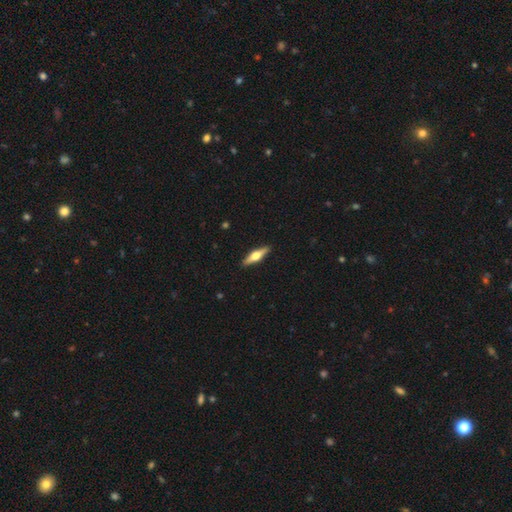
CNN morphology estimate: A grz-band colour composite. It shows a featured or disk galaxy (60%) viewed edge-on (96%) with a rounded central bulge (95%). Merging: none (91%).